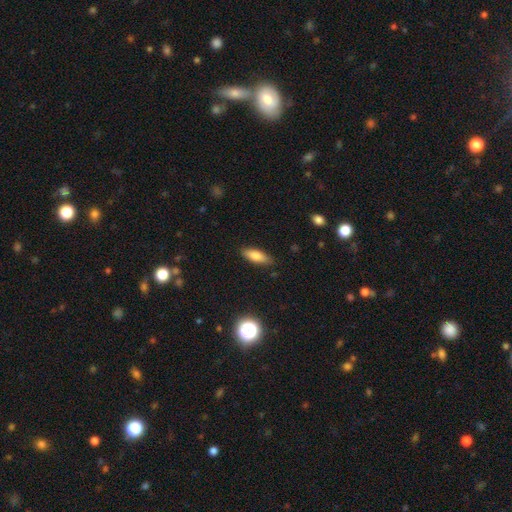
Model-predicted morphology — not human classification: smooth 77%, featured or disk 15%, star or artifact 8%. Down the decision tree: how rounded — in between (61%); merging — none (85%).